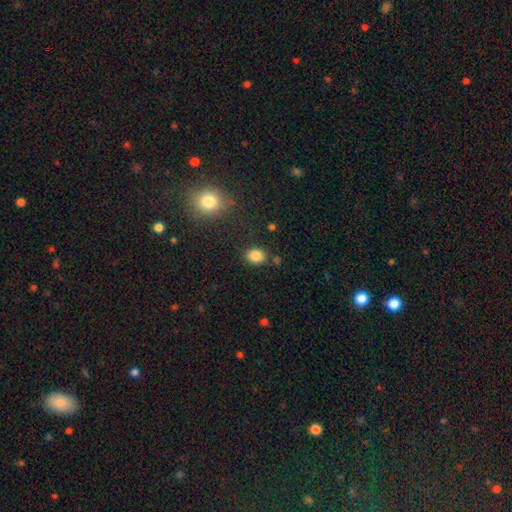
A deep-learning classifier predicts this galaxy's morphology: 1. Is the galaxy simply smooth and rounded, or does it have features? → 83% smooth, 11% star or artifact, 5% featured or disk.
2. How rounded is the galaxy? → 53% round, 46% in between, 1% cigar-shaped.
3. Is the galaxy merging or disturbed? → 81% none, 11% minor disturbance, 4% merger, 3% major disturbance.